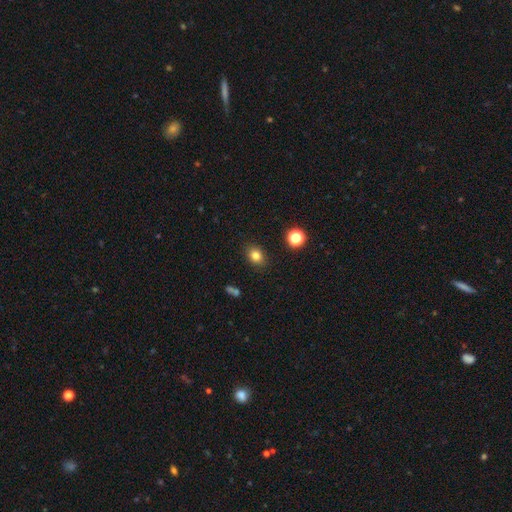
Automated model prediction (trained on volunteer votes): smooth-or-featured: smooth: 80% | star or artifact: 13% | featured or disk: 7%
  how-rounded: round: 52% | in between: 47% | cigar-shaped: 1%
  merging: none: 87% | minor disturbance: 9% | major disturbance: 2% | merger: 2%